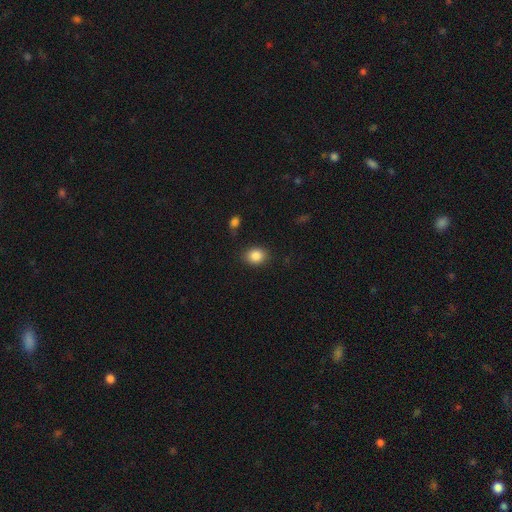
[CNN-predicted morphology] Overall: smooth (86%). How rounded: round (53%; in between 46%). Merging: none (84%).